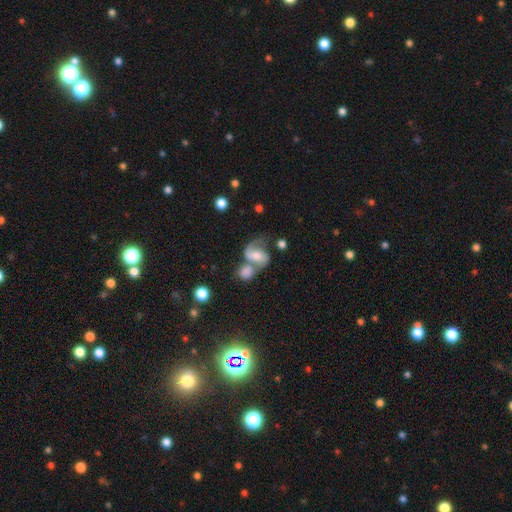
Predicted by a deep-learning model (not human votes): Morphology: type=featured or disk (62%); edge-on=no (97%); bar=no (45%); spiral arms=yes (85%); winding=loose (46%); arm count=2 (72%); bulge=moderate (55%); merging=merger (53%).